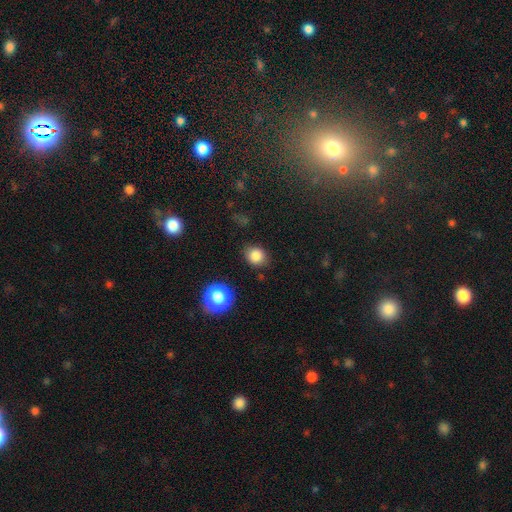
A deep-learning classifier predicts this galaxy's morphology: smooth 83%, star or artifact 12%, featured or disk 5%. Down the decision tree: how rounded — round (67%); merging — none (82%).